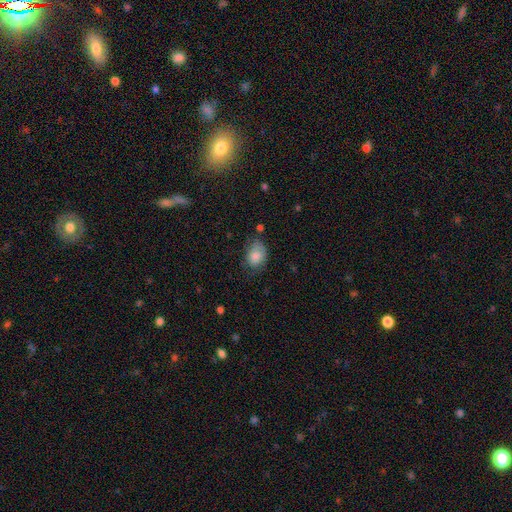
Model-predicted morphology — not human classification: This appears to be a smooth galaxy with no disk features (81%) that is in between round and cigar-shaped (71%). Merging: none (53%).